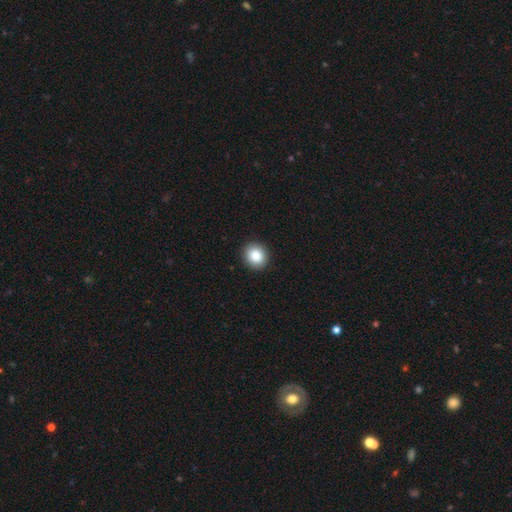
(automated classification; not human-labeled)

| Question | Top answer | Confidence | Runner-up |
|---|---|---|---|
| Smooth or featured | smooth | 86% | star or artifact (9%) |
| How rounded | round | 84% | in between (16%) |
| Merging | none | 92% | minor disturbance (5%) |